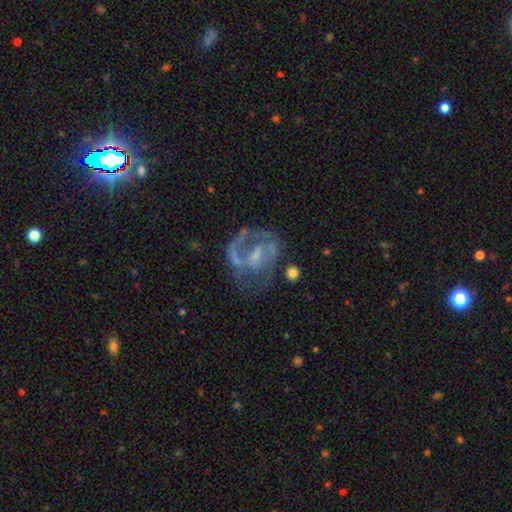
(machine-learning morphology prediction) featured or disk 76%, star or artifact 13%, smooth 11%. Down the decision tree: edge-on disk — no (97%); bar — weak (43%); spiral arms — yes (79%); spiral arm count — 2 (48%); spiral winding — medium (47%); bulge size — small (54%); merging — none (50%).